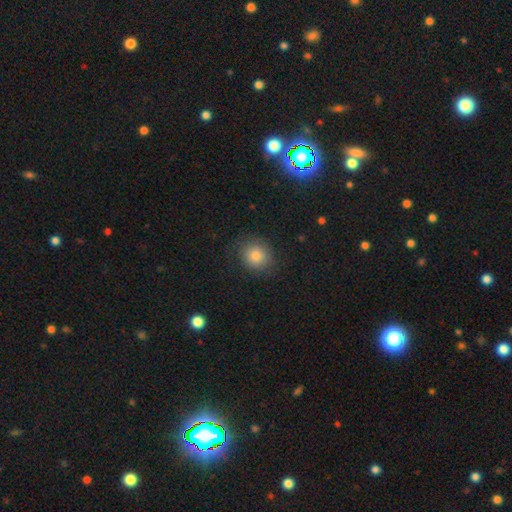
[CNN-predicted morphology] This is likely a smooth galaxy (79%). How rounded: clearly round (82%). Merging: likely none (79%).